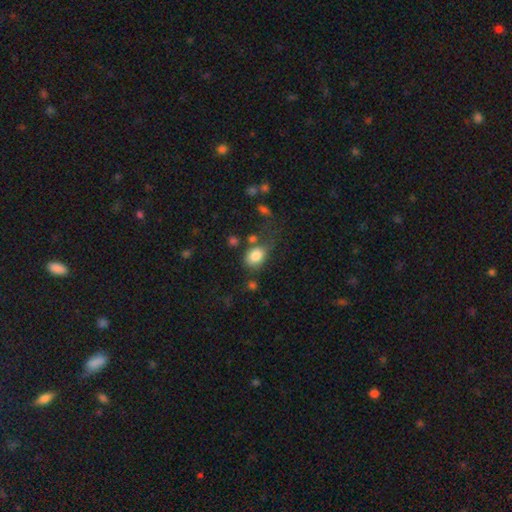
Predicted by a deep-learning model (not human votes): The model was most divided on "merging": none: 51%, minor disturbance: 24%, major disturbance: 13%, merger: 11%. More confident: smooth or featured — smooth (83%); how rounded — in between (71%).